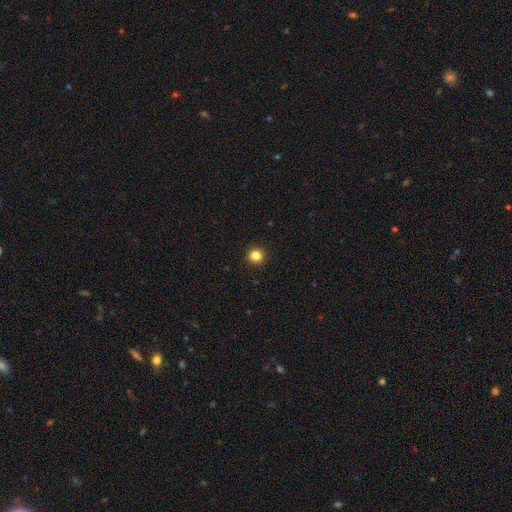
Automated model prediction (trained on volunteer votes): A smooth galaxy with no disk features (84%) that is round (94%). Merging: none (93%).